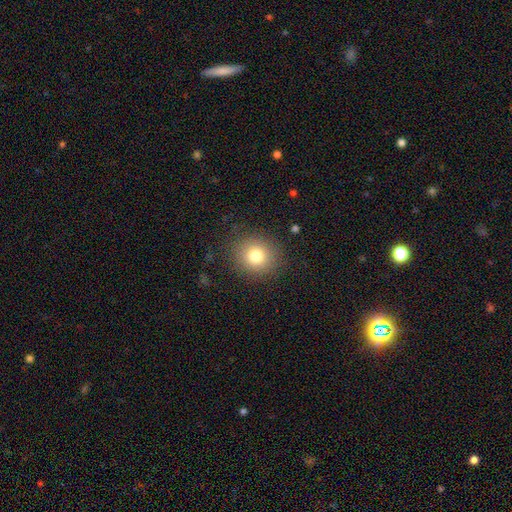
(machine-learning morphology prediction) This appears to be a smooth galaxy with no disk features (78%) that is round (89%). Merging: none (88%).